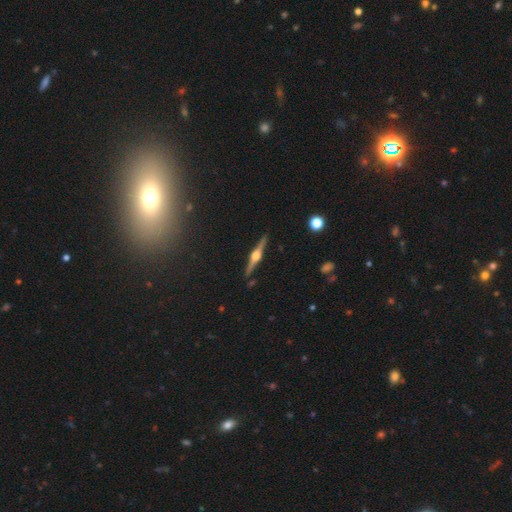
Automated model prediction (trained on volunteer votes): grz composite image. It shows a featured or disk galaxy (86%) viewed edge-on (98%) with a rounded central bulge (94%). Merging: none (91%).